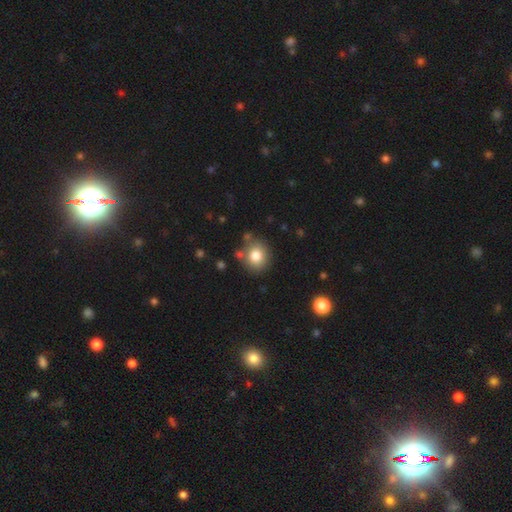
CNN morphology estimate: smooth 80%, star or artifact 10%, featured or disk 10%. Down the decision tree: how rounded — round (80%); merging — none (79%).